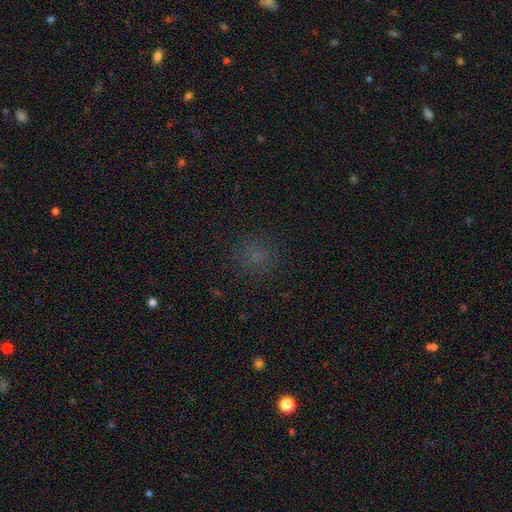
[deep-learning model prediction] A smooth galaxy with no disk features (65%) that is round (89%). Merging: none (87%).